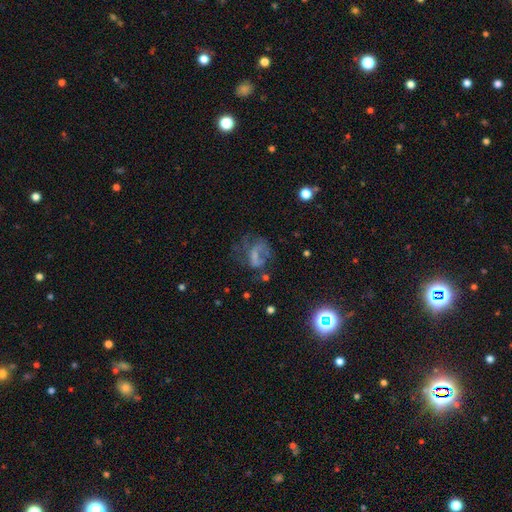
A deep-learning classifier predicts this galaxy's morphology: This is possibly a featured or disk galaxy (46%). Merging: possibly major disturbance (45%).